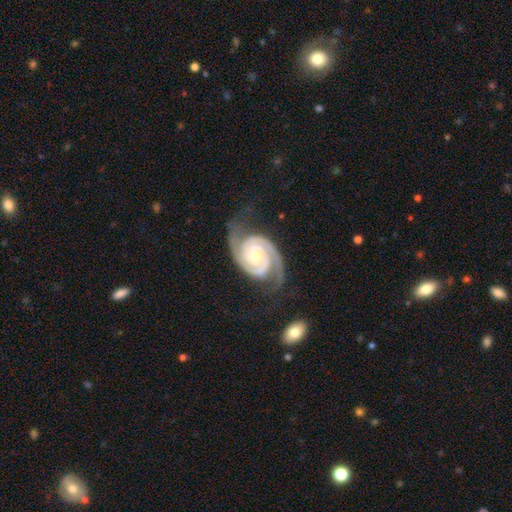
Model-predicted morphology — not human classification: This is clearly a featured or disk galaxy (93%). It is clearly not viewed edge-on (98%). Bar: likely no (69%). Spiral arm pattern: clearly yes (99%). Spiral arm count: clearly 2 (90%). Spiral winding: likely tight (65%). Central bulge: likely small (62%). Merging: likely none (71%).